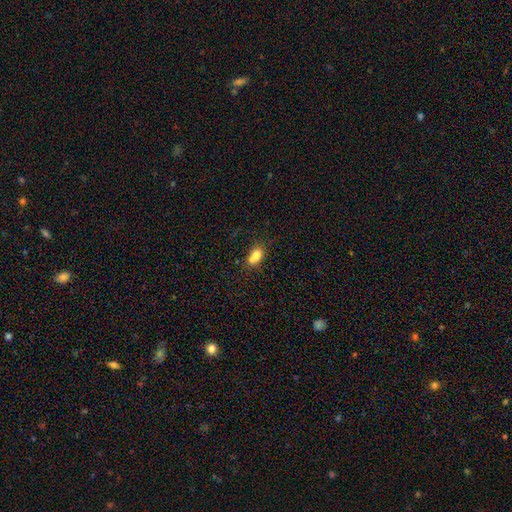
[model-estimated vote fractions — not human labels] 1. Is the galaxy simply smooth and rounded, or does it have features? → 75% smooth, 14% featured or disk, 11% star or artifact.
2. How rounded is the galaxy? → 67% in between, 30% round, 3% cigar-shaped.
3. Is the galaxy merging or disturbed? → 42% merger, 39% none, 14% minor disturbance, 5% major disturbance.